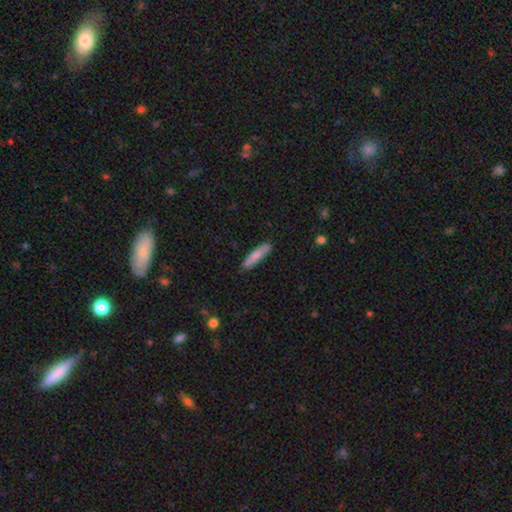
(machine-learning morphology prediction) Q: Smooth or featured?
A: smooth (80%); runner-up: featured or disk (15%)
Q: How rounded?
A: cigar-shaped (81%); runner-up: in between (18%)
Q: Merging?
A: none (85%); runner-up: minor disturbance (11%)